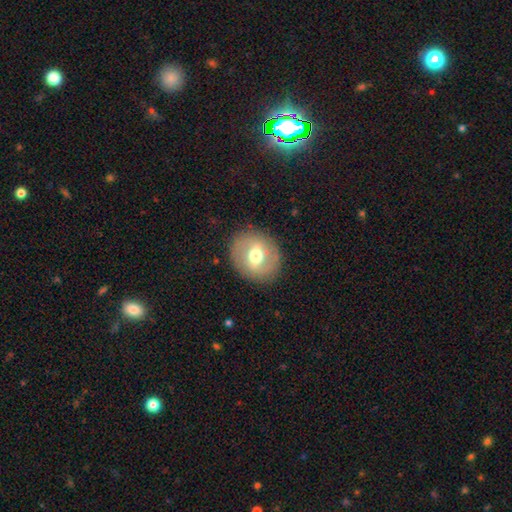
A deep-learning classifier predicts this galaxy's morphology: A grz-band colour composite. It shows a smooth galaxy with no disk features (47%). Merging: none (86%).